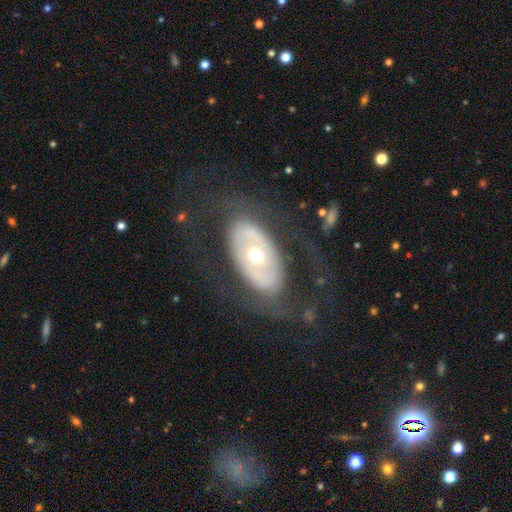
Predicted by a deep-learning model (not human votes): A featured or disk galaxy (67%) with no bar (75%), no spiral arms (69%) and a moderate central bulge (64%).

Vote fractions:
- Smooth or featured? featured or disk: 67% / smooth: 27% / star or artifact: 6%
- Edge-on disk? no: 90% / yes: 10%
- Bar? no: 75% / weak: 15% / strong: 11%
- Spiral arms? no: 69% / yes: 31%
- Bulge size? moderate: 64% / small: 28% / large: 6% / dominant: 1% / none: 1%
- Merging? none: 68% / major disturbance: 17% / minor disturbance: 14% / merger: 1%